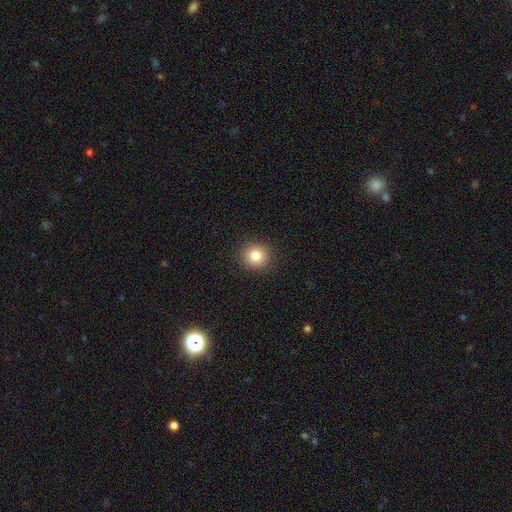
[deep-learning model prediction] Morphology: type=smooth (84%); roundness=round (90%); merging=none (91%).